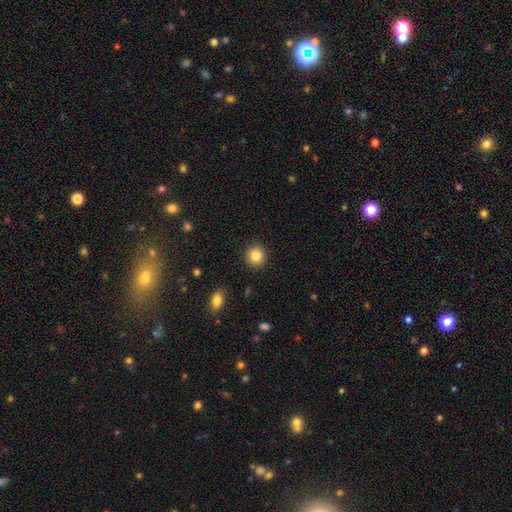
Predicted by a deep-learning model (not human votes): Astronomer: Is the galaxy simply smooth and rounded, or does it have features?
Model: smooth — 85%.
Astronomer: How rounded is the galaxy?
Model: round — 93%.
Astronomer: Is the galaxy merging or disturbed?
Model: none — 91%.